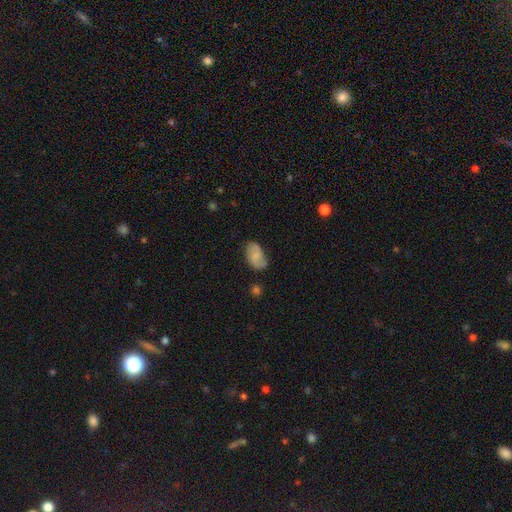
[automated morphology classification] A smooth galaxy with no disk features (54%) that is in between round and cigar-shaped (91%). Merging: none (67%).